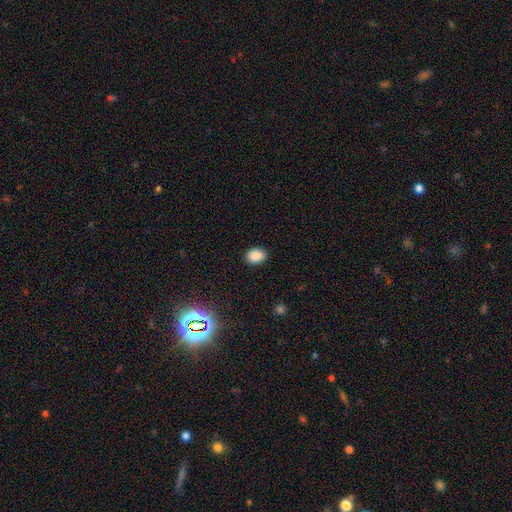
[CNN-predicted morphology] Q: Smooth or featured?
A: smooth (87%); runner-up: star or artifact (9%)
Q: How rounded?
A: in between (65%); runner-up: round (34%)
Q: Merging?
A: none (90%); runner-up: minor disturbance (7%)